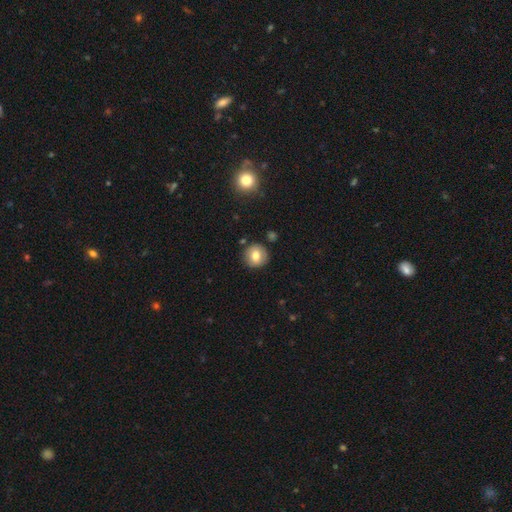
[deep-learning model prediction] Morphology: type=smooth (77%); roundness=round (93%); merging=none (87%).